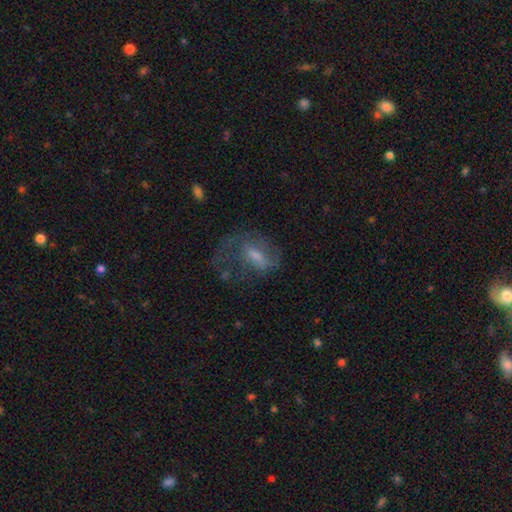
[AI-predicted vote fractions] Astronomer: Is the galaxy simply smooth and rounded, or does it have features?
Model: featured or disk — 55% (runner-up: smooth, 33%).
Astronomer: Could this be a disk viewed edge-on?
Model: no — 94%.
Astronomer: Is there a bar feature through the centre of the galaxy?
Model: weak — 46% (runner-up: no, 36%).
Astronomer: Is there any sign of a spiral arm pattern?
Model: yes — 62% (runner-up: no, 38%).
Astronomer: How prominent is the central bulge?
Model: moderate — 44% (runner-up: small, 34%).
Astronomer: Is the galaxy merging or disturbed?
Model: major disturbance — 41% (runner-up: none, 36%).